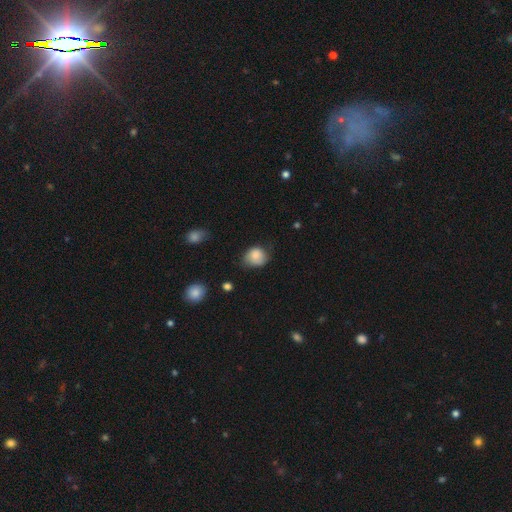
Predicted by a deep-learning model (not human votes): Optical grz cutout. It shows a smooth galaxy with no disk features (81%) that is round (62%). Merging: none (48%).